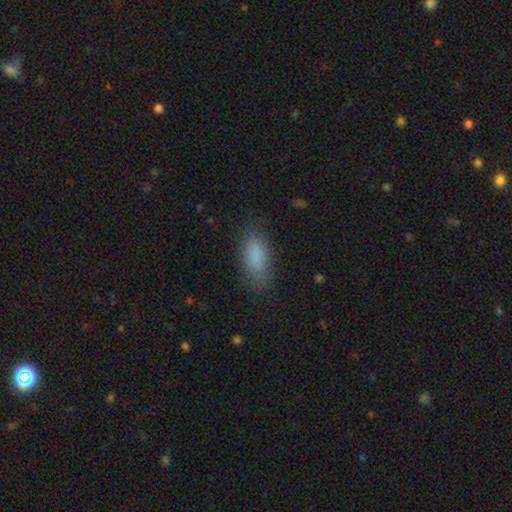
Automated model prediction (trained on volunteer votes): This appears to be a smooth galaxy with no disk features (87%) that is in between round and cigar-shaped (86%). Merging: none (81%).